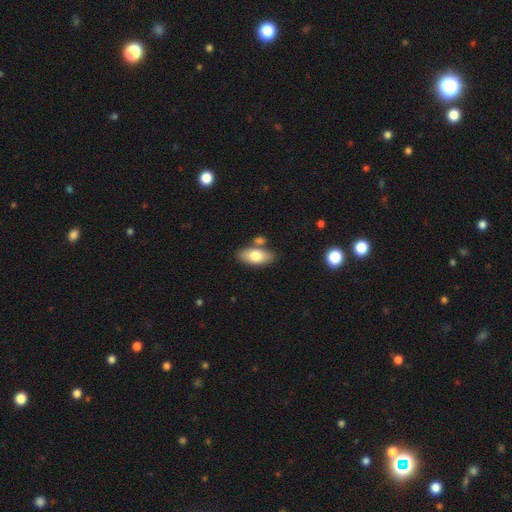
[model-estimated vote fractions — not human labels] Overall: smooth (74%). How rounded: in between (88%). Merging: none (70%).